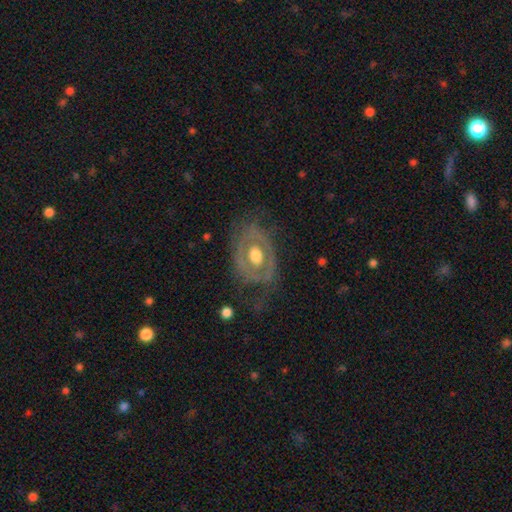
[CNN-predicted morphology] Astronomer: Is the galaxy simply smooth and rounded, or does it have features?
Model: featured or disk — 69%.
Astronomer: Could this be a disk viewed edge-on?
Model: no — 94%.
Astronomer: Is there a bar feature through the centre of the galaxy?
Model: no — 79%.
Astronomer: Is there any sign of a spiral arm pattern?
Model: no — 66%.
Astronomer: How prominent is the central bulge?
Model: moderate — 64%.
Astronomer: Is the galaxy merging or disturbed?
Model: none — 60%.